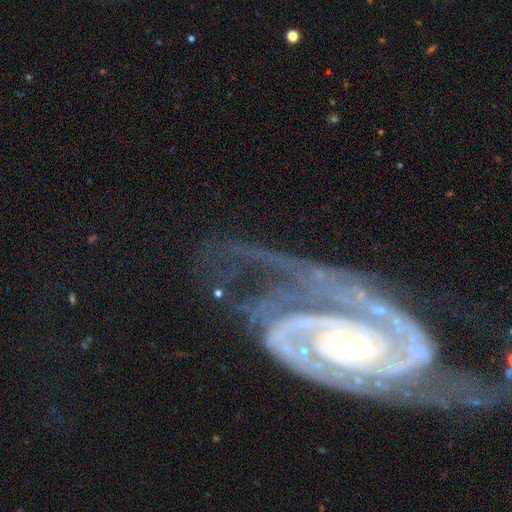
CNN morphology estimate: smooth-or-featured: featured or disk: 91% | star or artifact: 6% | smooth: 4%
  disk-edge-on: no: 97% | yes: 3%
    bar: no: 68% | weak: 17% | strong: 14%
    has-spiral-arms: yes: 98% | no: 2%
      spiral-winding: tight: 63% | medium: 29% | loose: 7%
      spiral-arm-count: 2: 74% | can't tell: 7% | 3: 7% | 4: 4% | 1: 4% | more than 4: 4%
    bulge-size: small: 80% | moderate: 14% | large: 2% | none: 2% | dominant: 1%
  merging: none: 57% | major disturbance: 20% | minor disturbance: 19% | merger: 4%